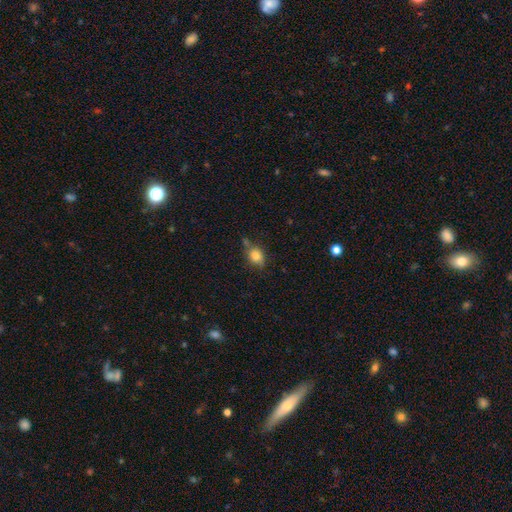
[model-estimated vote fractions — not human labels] Smooth or featured? Predicted: smooth (p=0.81). How rounded? Predicted: in between (p=0.55). Merging? Predicted: none (p=0.63).